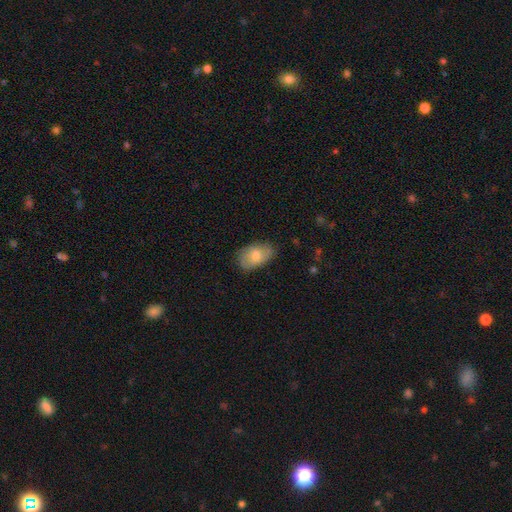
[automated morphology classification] A smooth galaxy with no disk features (67%) that is in between round and cigar-shaped (90%). Merging: none (76%).